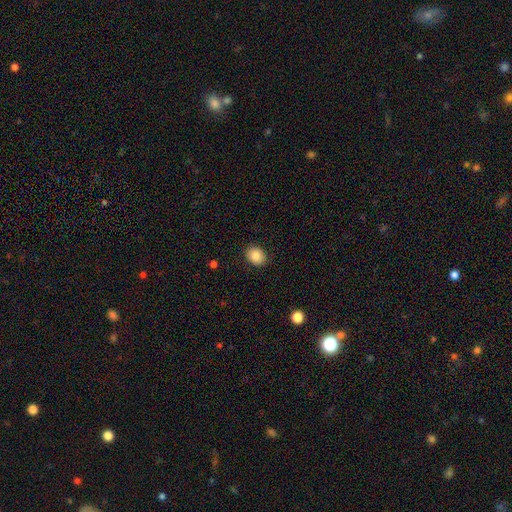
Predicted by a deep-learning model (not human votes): Overall: smooth (84%). How rounded: round (51%; in between 48%). Merging: none (88%).